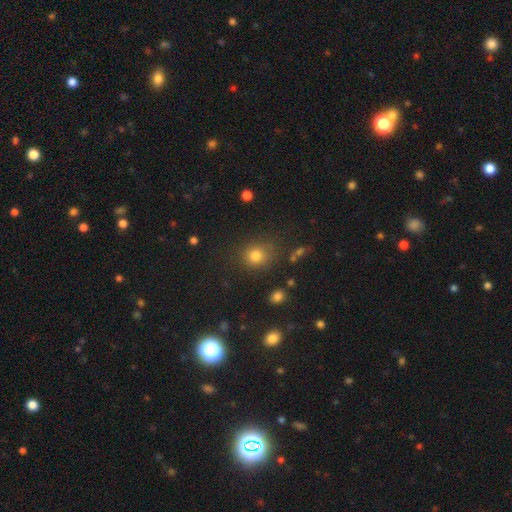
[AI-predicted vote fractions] Smooth or featured: smooth — 77% (star or artifact — 16%)
How rounded: round — 79% (in between — 20%)
Merging: none — 79% (minor disturbance — 12%)